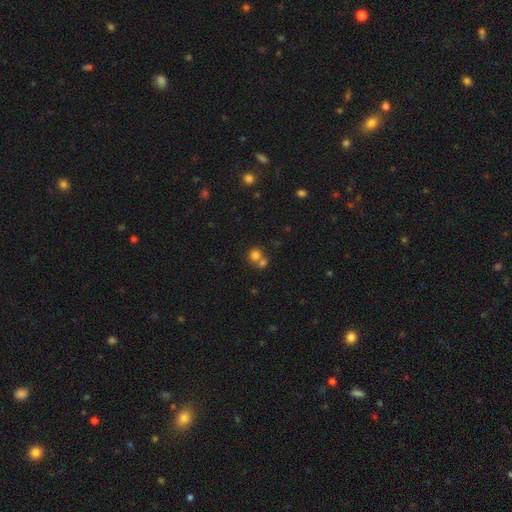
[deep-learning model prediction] Smooth or featured?
  - smooth: 76% *
  - star or artifact: 14%
  - featured or disk: 10%
How rounded?
  - round: 81% *
  - in between: 18%
  - cigar-shaped: 1%
Merging?
  - merger: 47% *
  - none: 43%
  - minor disturbance: 7%
  - major disturbance: 3%